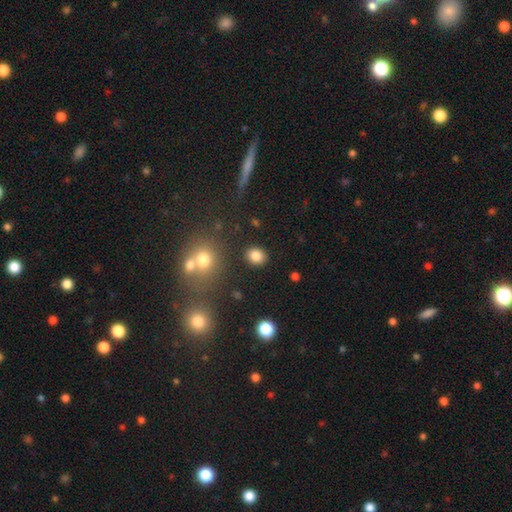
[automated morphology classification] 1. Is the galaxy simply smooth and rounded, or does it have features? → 83% smooth, 11% star or artifact, 6% featured or disk.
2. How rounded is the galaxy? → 63% round, 36% in between, 1% cigar-shaped.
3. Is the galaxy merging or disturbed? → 86% none, 7% minor disturbance, 3% merger, 3% major disturbance.